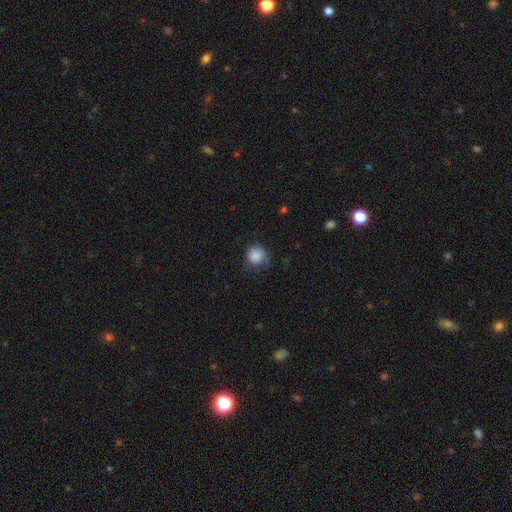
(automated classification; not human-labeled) A smooth galaxy with no disk features (85%) that is round (86%). Merging: none (59%).